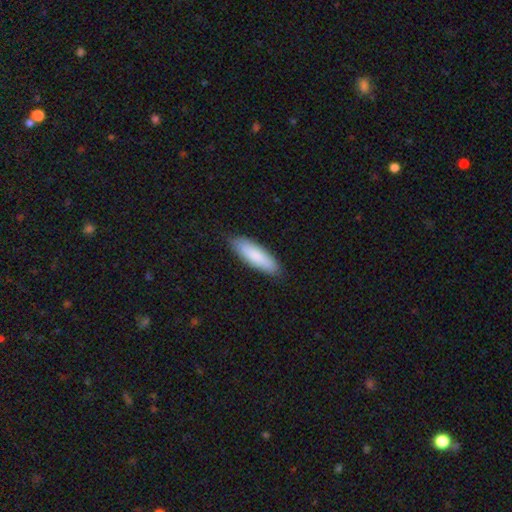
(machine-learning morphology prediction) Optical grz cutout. It shows a smooth galaxy with no disk features (85%) that is cigar-shaped (51%). Merging: none (87%).